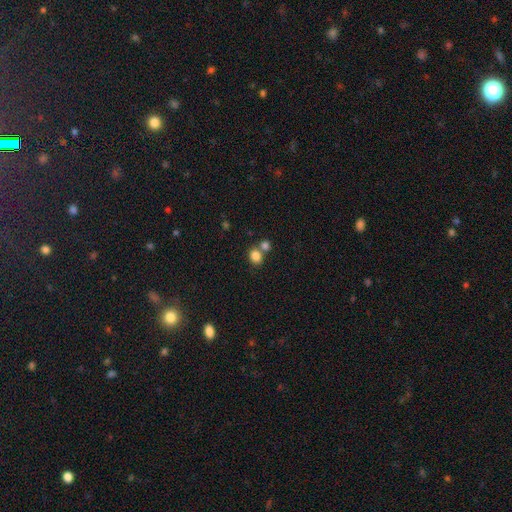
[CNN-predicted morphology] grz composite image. It shows a smooth galaxy with no disk features (83%) that is round (60%). Merging: none (50%).